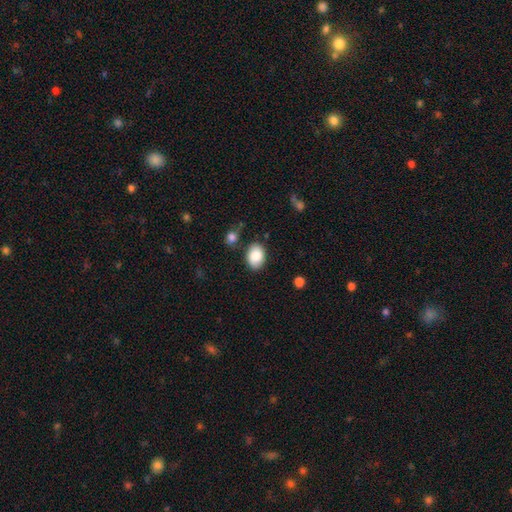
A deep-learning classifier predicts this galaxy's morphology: smooth-or-featured: smooth: 85% | featured or disk: 9% | star or artifact: 7%
  how-rounded: in between: 80% | round: 19% | cigar-shaped: 1%
  merging: none: 80% | minor disturbance: 13% | merger: 4% | major disturbance: 3%